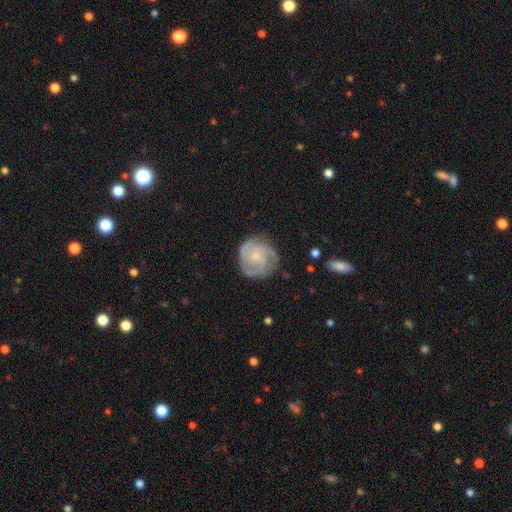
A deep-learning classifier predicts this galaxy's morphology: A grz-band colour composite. It shows a featured or disk galaxy (86%) with no bar (74%), 3 (57%) tight (61%) spiral arms (97%) and a small central bulge (68%). Merging: none (77%).